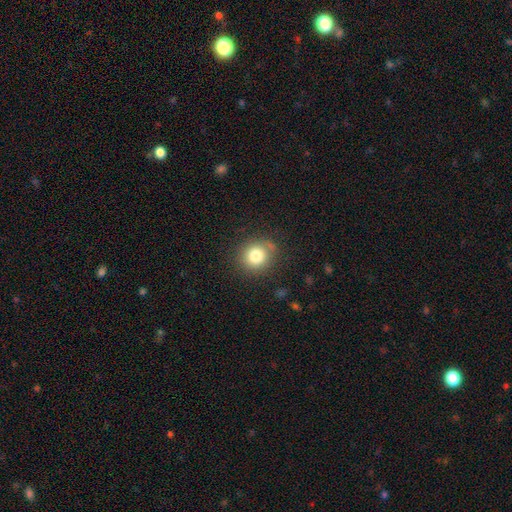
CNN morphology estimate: type=smooth (80%); roundness=round (87%); merging=none (82%).